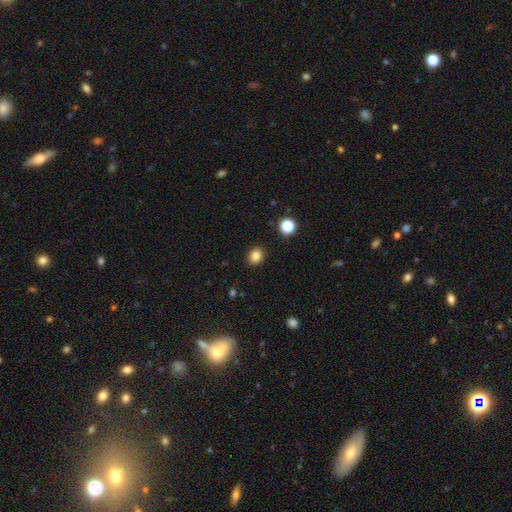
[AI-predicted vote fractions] Overall: smooth (84%). How rounded: round (68%; in between 31%). Merging: none (90%).